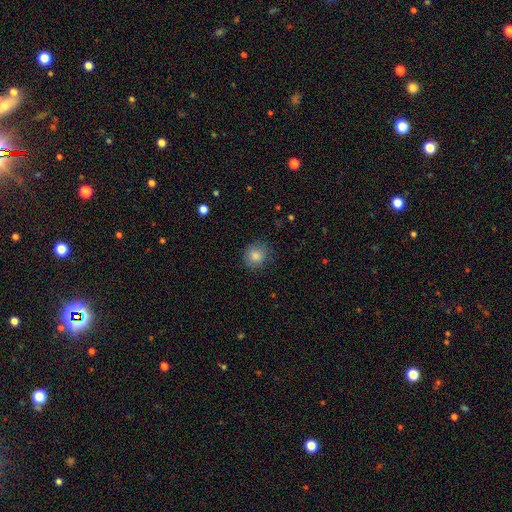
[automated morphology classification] type=smooth (85%); roundness=round (88%); merging=none (83%).